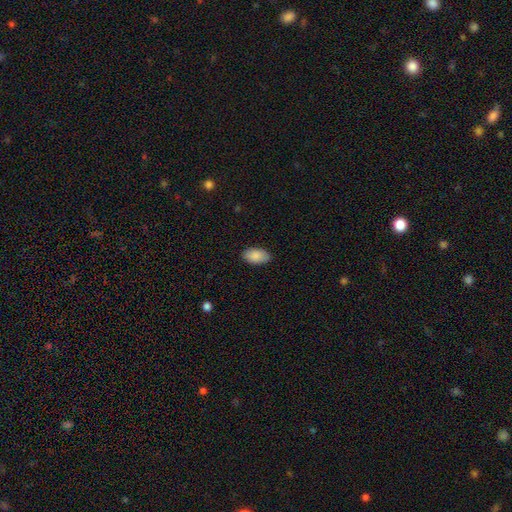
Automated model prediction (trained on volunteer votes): The model was most divided on "merging": none: 87%, minor disturbance: 10%, major disturbance: 2%, merger: 1%. More confident: how rounded — in between (95%); smooth or featured — smooth (89%).